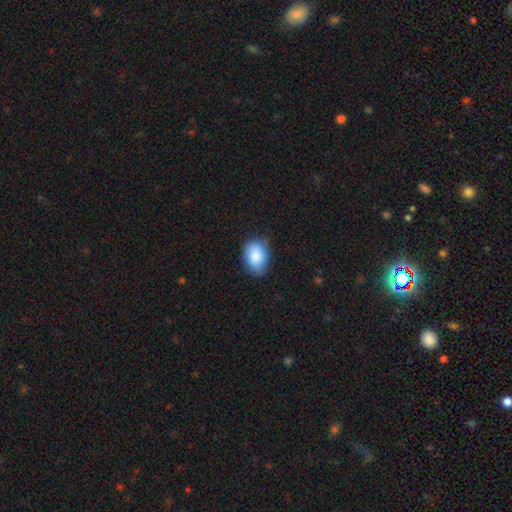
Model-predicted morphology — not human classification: Smooth or featured? smooth (84%)
How rounded? in between (78%)
Merging? none (69%)